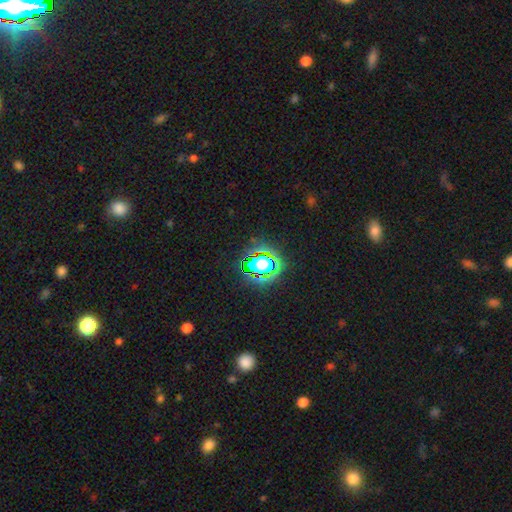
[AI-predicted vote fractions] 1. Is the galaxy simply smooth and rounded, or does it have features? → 74% star or artifact, 17% smooth, 9% featured or disk.